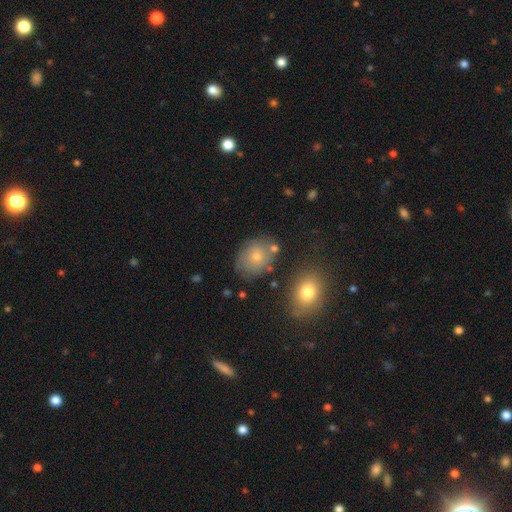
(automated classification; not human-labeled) smooth 61%, featured or disk 24%, star or artifact 16%. Down the decision tree: how rounded — in between (57%); merging — none (73%).